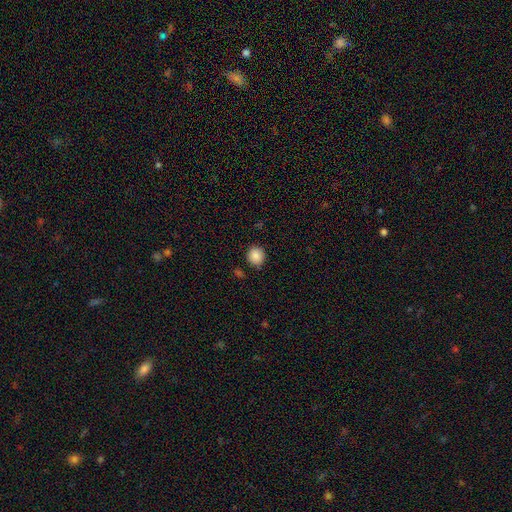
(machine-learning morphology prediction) Smooth or featured?
  - smooth: 88% *
  - star or artifact: 9%
  - featured or disk: 4%
How rounded?
  - round: 87% *
  - in between: 12%
  - cigar-shaped: 1%
Merging?
  - none: 86% *
  - minor disturbance: 9%
  - major disturbance: 2%
  - merger: 2%